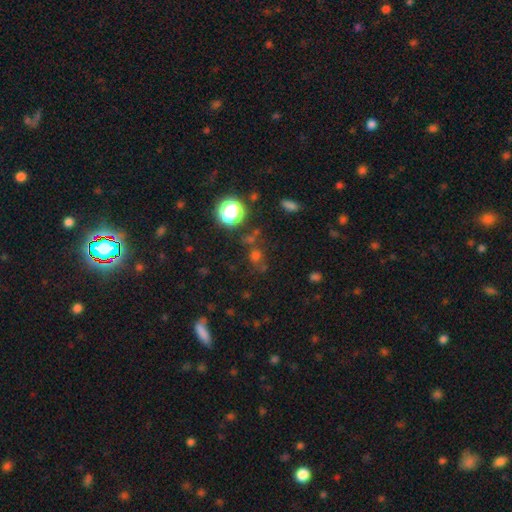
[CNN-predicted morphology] A smooth galaxy with no disk features (51%) that is round (81%).

Vote fractions:
- Smooth or featured? smooth: 51% / star or artifact: 39% / featured or disk: 9%
- How rounded? round: 81% / in between: 17% / cigar-shaped: 2%
- Merging? none: 68% / merger: 13% / minor disturbance: 12% / major disturbance: 7%